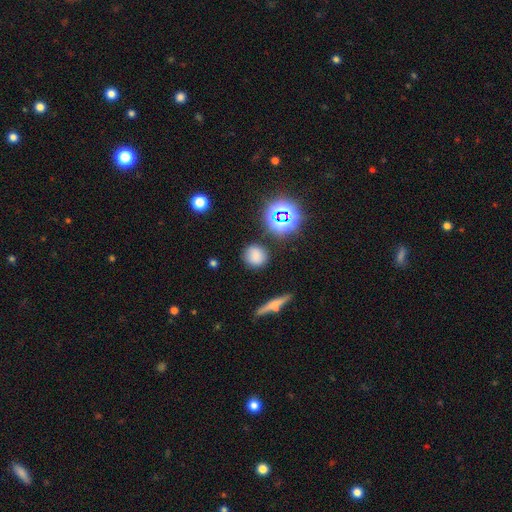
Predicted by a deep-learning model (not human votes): Q: Smooth or featured?
A: smooth (74%); runner-up: star or artifact (18%)
Q: How rounded?
A: round (83%); runner-up: in between (15%)
Q: Merging?
A: none (83%); runner-up: minor disturbance (10%)